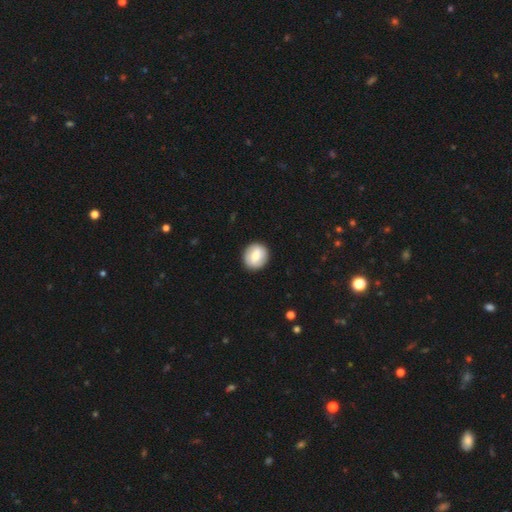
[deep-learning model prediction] Smooth or featured?
  - smooth: 70% *
  - featured or disk: 24%
  - star or artifact: 7%
How rounded?
  - round: 78% *
  - in between: 21%
  - cigar-shaped: 1%
Merging?
  - none: 89% *
  - minor disturbance: 8%
  - major disturbance: 2%
  - merger: 1%